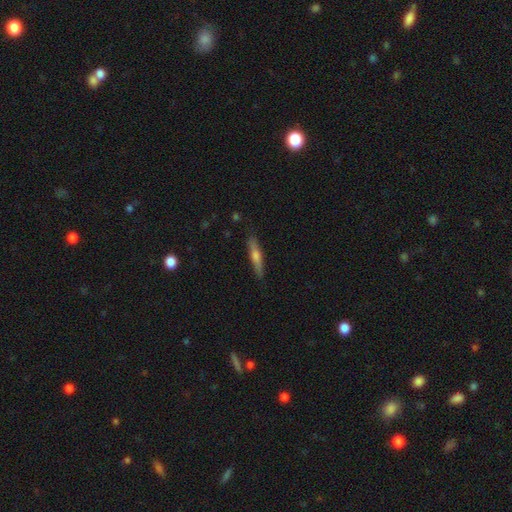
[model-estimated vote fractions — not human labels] featured or disk 51%, smooth 43%, star or artifact 7%. Down the decision tree: edge-on disk — yes (93%); merging — none (88%).